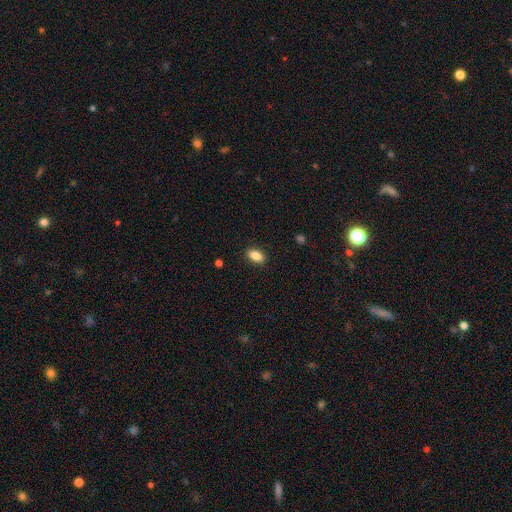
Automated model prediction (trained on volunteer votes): smooth_or_featured: smooth (p=0.86) [alt: star or artifact p=0.08]
how_rounded: in between (p=0.88) [alt: cigar-shaped p=0.06]
merging: none (p=0.89) [alt: minor disturbance p=0.08]